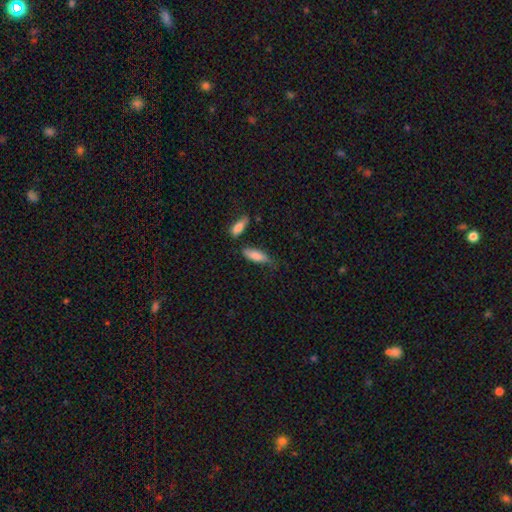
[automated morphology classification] smooth 81%, featured or disk 13%, star or artifact 6%. Down the decision tree: how rounded — in between (56%); merging — none (53%).